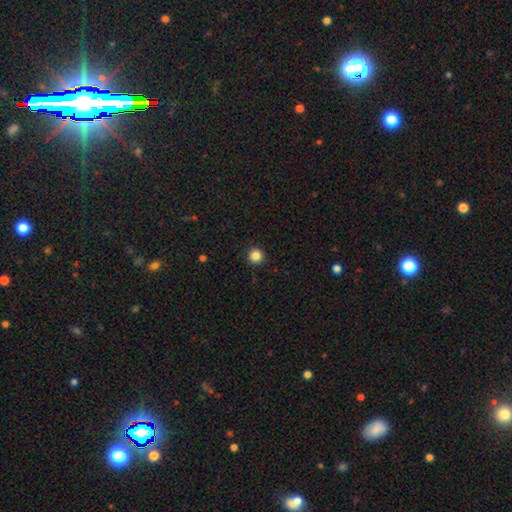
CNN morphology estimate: Overall: smooth (85%). How rounded: round (96%). Merging: none (92%).